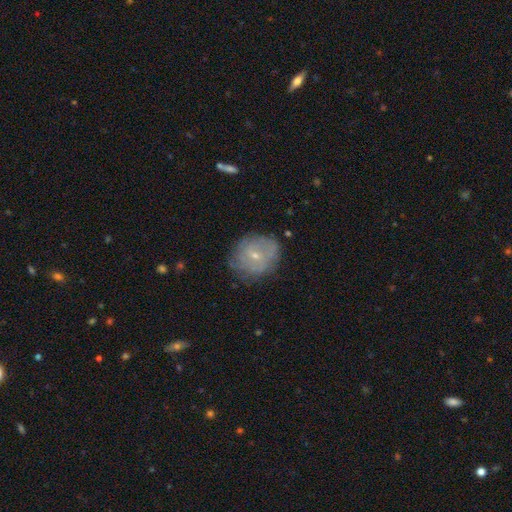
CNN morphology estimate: Smooth or featured: featured or disk — 50% (smooth — 41%)
Merging: none — 69% (minor disturbance — 21%)